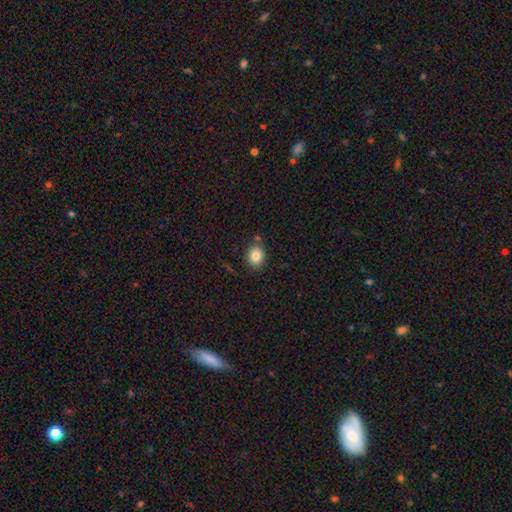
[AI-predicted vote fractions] This appears to be a smooth galaxy with no disk features (84%) that is round (56%). Merging: none (78%).